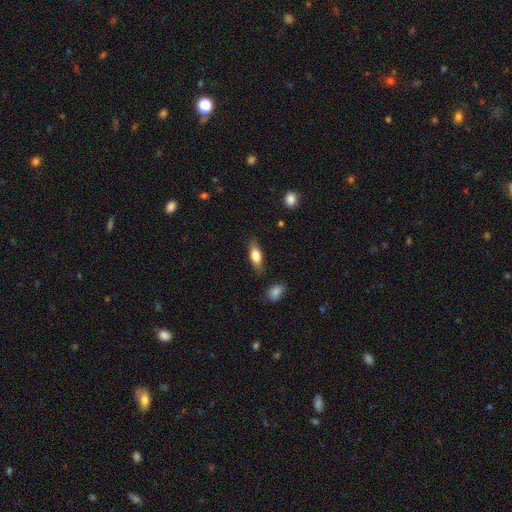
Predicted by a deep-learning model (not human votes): Morphology: type=smooth (72%); roundness=in between (70%); merging=none (81%).